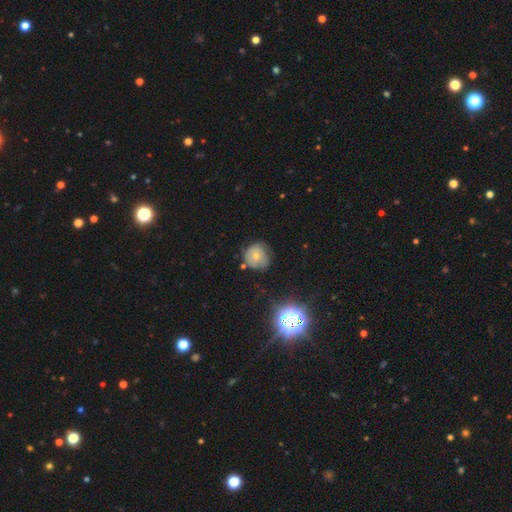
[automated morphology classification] smooth-or-featured: smooth: 56% | featured or disk: 31% | star or artifact: 13%
  how-rounded: round: 86% | in between: 13% | cigar-shaped: 1%
  merging: none: 61% | minor disturbance: 29% | major disturbance: 8% | merger: 3%